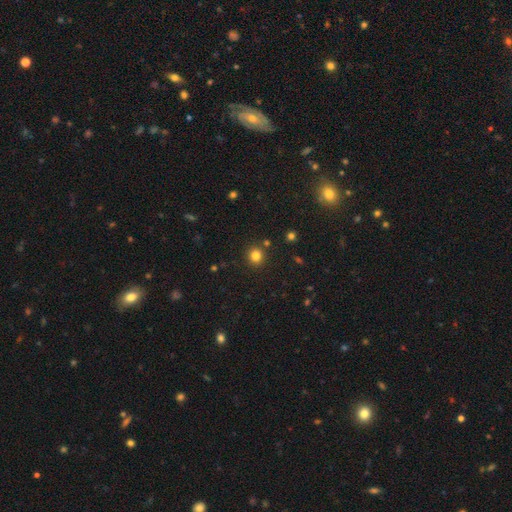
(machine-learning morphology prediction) Smooth or featured? smooth (80%)
How rounded? round (90%)
Merging? none (87%)